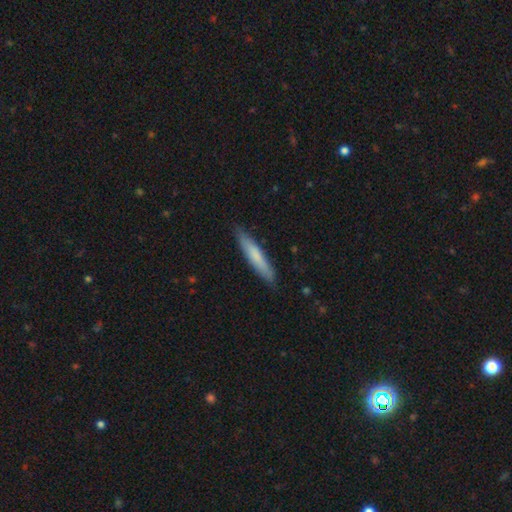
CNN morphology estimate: This is likely a smooth galaxy (70%). How rounded: clearly cigar-shaped (91%). Merging: clearly none (88%).